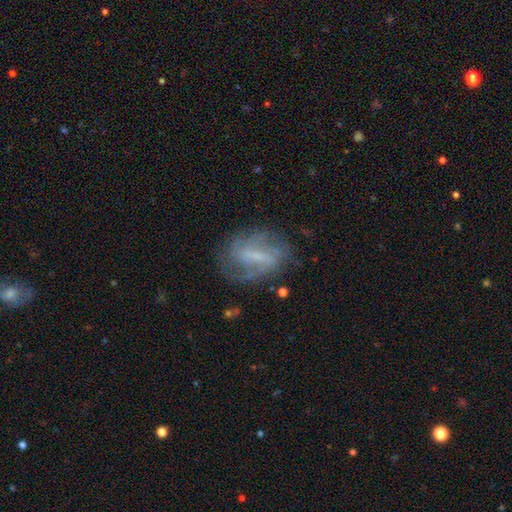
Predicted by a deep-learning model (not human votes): This is likely a featured or disk galaxy (74%). It is clearly not viewed edge-on (95%). Bar: marginally weak (45%). Spiral arm pattern: clearly yes (86%). Spiral arm count: possibly 2 (55%). Spiral winding: marginally medium (42%). Central bulge: possibly small (46%). Merging: likely none (68%).